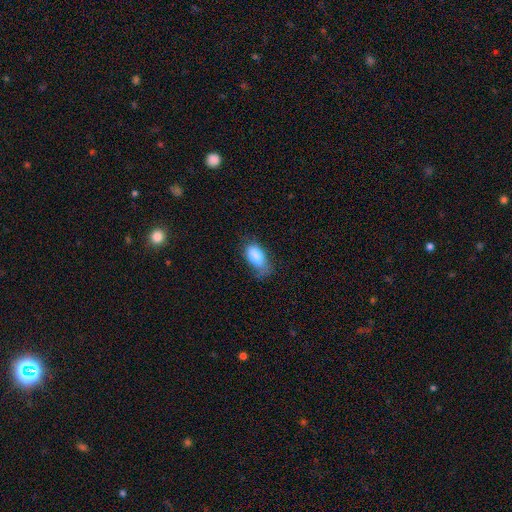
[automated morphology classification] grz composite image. It shows a smooth galaxy with no disk features (82%) that is in between round and cigar-shaped (91%). Merging: none (55%).